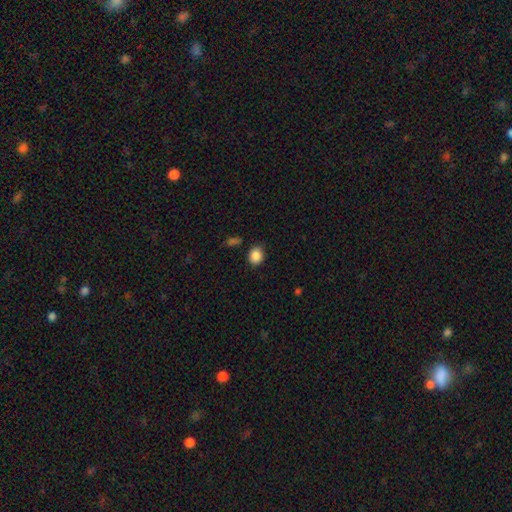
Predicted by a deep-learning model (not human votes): A smooth galaxy with no disk features (87%) that is round (60%).

Vote fractions:
- Smooth or featured? smooth: 87% / star or artifact: 9% / featured or disk: 4%
- How rounded? round: 60% / in between: 39% / cigar-shaped: 1%
- Merging? none: 80% / minor disturbance: 14% / major disturbance: 3% / merger: 2%